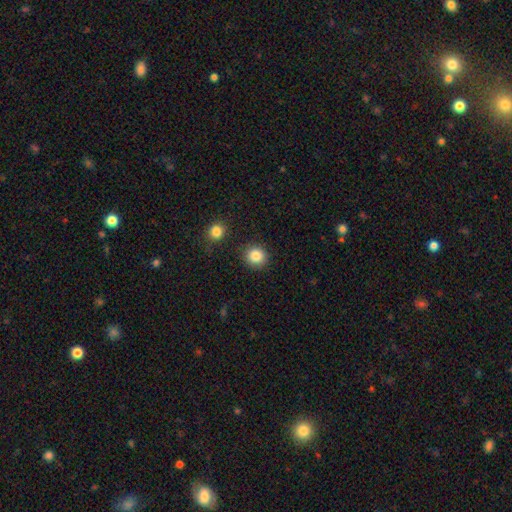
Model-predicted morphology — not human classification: Q: Smooth or featured?
A: smooth (85%); runner-up: star or artifact (10%)
Q: How rounded?
A: round (90%); runner-up: in between (9%)
Q: Merging?
A: none (88%); runner-up: minor disturbance (7%)